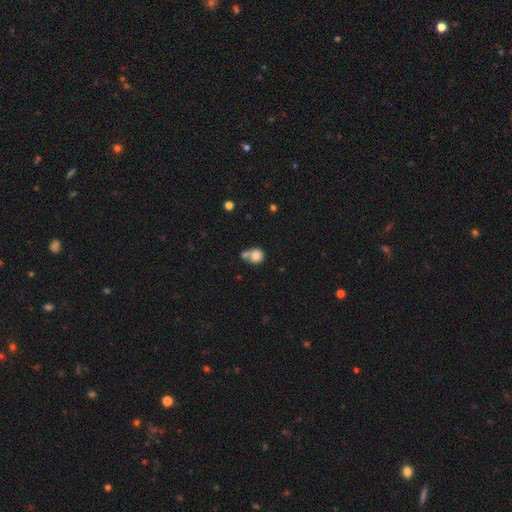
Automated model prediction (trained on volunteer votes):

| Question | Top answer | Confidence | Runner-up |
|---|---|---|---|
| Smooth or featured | smooth | 80% | featured or disk (11%) |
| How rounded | round | 84% | in between (15%) |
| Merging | merger | 44% | none (40%) |